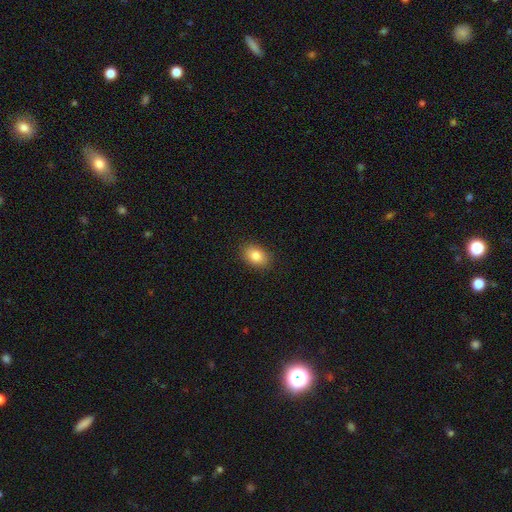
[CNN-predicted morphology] smooth_or_featured: smooth (p=0.84) [alt: star or artifact p=0.09]
how_rounded: in between (p=0.80) [alt: round p=0.19]
merging: none (p=0.89) [alt: minor disturbance p=0.08]